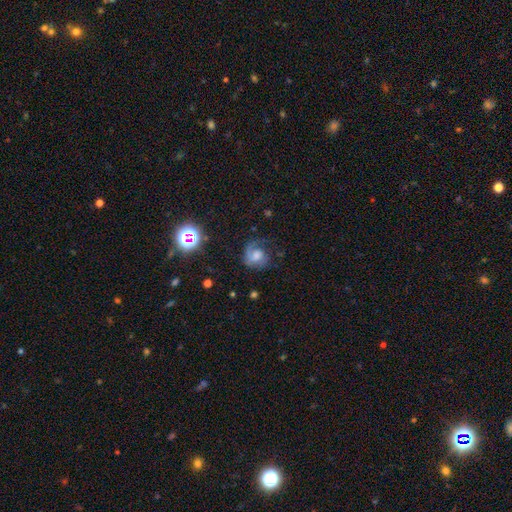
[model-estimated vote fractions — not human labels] This appears to be a featured or disk galaxy (55%) with no bar (63%), spiral arms (87%) and a moderate central bulge (38%). Merging: none (52%).